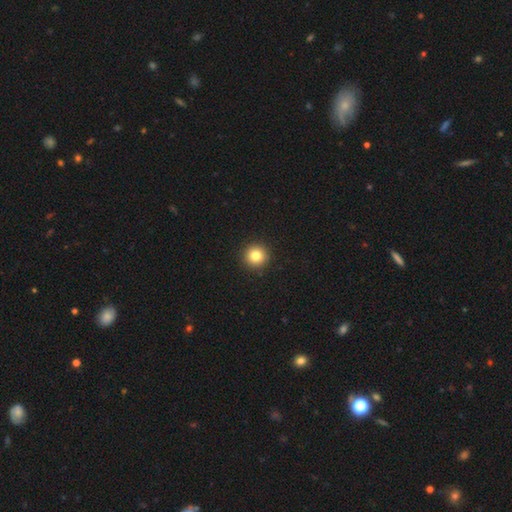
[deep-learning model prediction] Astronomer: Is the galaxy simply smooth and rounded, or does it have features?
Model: smooth — 82%.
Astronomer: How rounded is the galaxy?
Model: round — 95%.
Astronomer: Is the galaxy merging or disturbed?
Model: none — 93%.